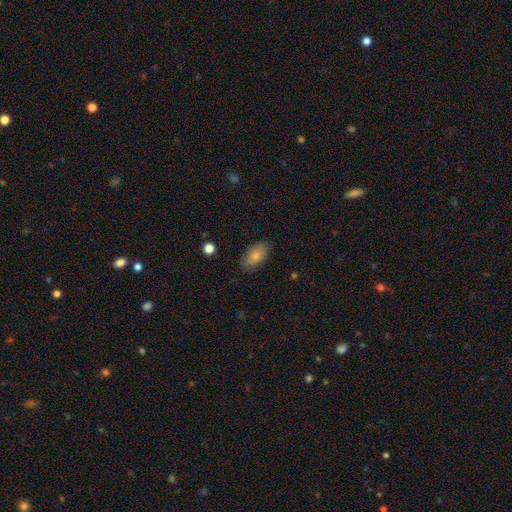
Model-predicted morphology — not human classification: smooth 81%, featured or disk 12%, star or artifact 8%. Down the decision tree: how rounded — in between (91%); merging — none (84%).